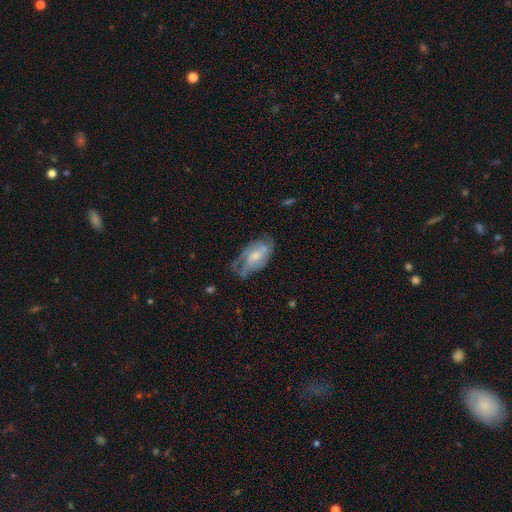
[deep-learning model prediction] A featured or disk galaxy (64%) with no bar (56%), spiral arms (80%) and a moderate central bulge (49%).

Vote fractions:
- Smooth or featured? featured or disk: 64% / smooth: 29% / star or artifact: 7%
- Edge-on disk? no: 93% / yes: 7%
- Bar? no: 56% / weak: 36% / strong: 7%
- Spiral arms? yes: 80% / no: 20%
- Bulge size? moderate: 49% / small: 28% / large: 11% / none: 11% / dominant: 2%
- Merging? none: 48% / minor disturbance: 30% / major disturbance: 20% / merger: 2%